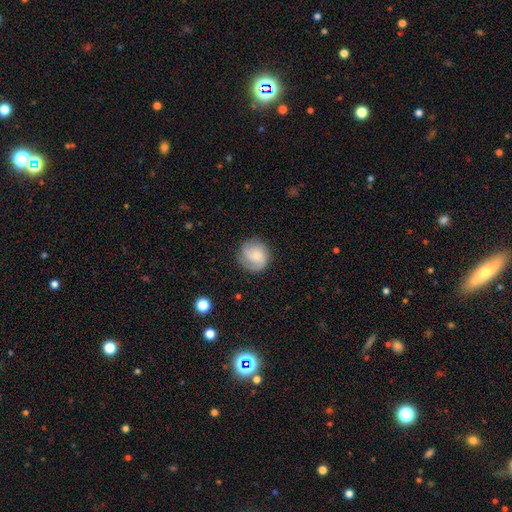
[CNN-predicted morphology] This appears to be a smooth galaxy with no disk features (51%) that is round (88%). Merging: none (77%).